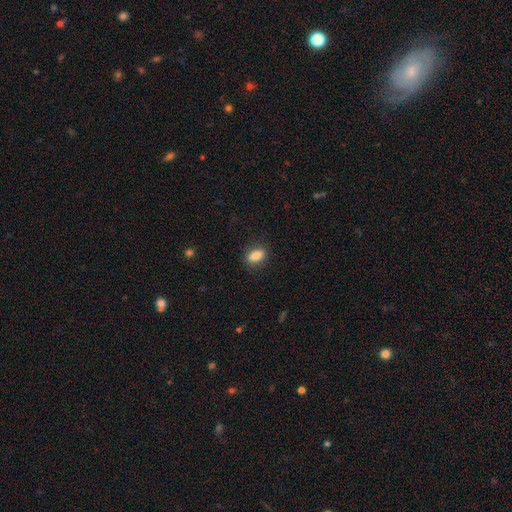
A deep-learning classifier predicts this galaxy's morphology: smooth_or_featured: smooth (p=0.84) [alt: star or artifact p=0.08]
how_rounded: in between (p=0.82) [alt: round p=0.14]
merging: none (p=0.84) [alt: minor disturbance p=0.12]